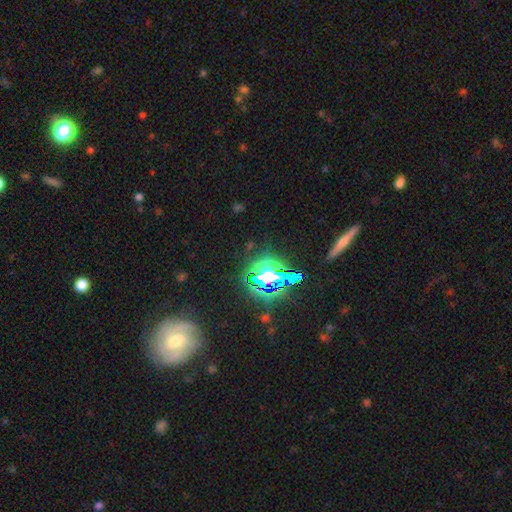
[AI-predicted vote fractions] smooth-or-featured: star or artifact: 62% | featured or disk: 20% | smooth: 18%